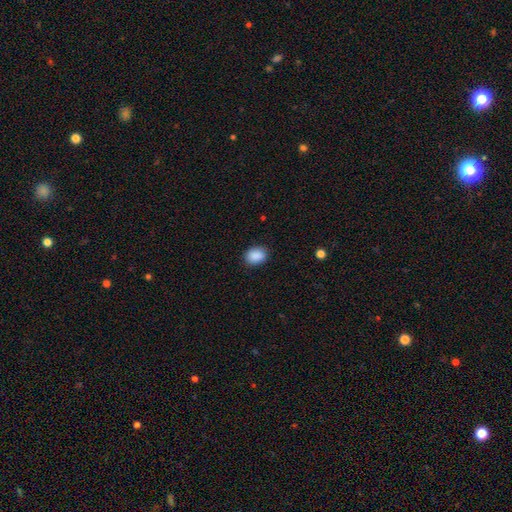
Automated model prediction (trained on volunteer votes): The model was most divided on "how rounded": in between: 71%, round: 28%, cigar-shaped: 1%. More confident: smooth or featured — smooth (89%); merging — none (86%).